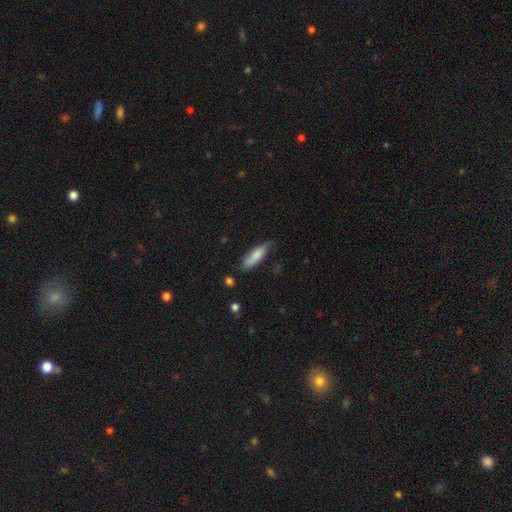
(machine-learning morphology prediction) Smooth or featured: smooth — 80% (featured or disk — 14%)
How rounded: cigar-shaped — 56% (in between — 42%)
Merging: none — 63% (minor disturbance — 28%)